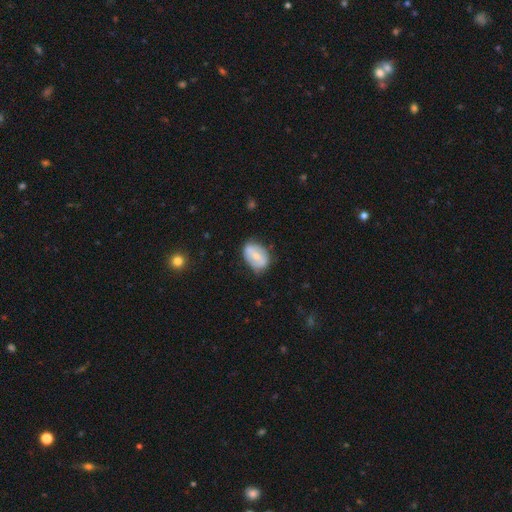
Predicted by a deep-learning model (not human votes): Smooth or featured? Predicted: smooth (p=0.51). How rounded? Predicted: in between (p=0.80). Merging? Predicted: none (p=0.68).